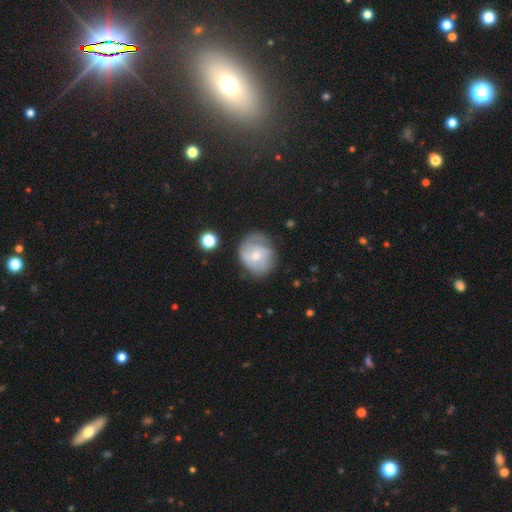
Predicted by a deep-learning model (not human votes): Smooth or featured?
  - smooth: 48% *
  - featured or disk: 45%
  - star or artifact: 8%
Merging?
  - none: 57% *
  - minor disturbance: 27%
  - major disturbance: 13%
  - merger: 2%